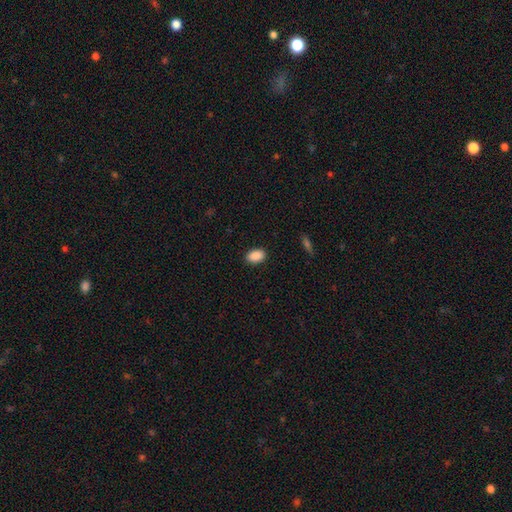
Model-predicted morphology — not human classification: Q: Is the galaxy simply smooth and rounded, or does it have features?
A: smooth — 90%.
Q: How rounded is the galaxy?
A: in between — 89%.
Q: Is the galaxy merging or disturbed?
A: none — 88%.